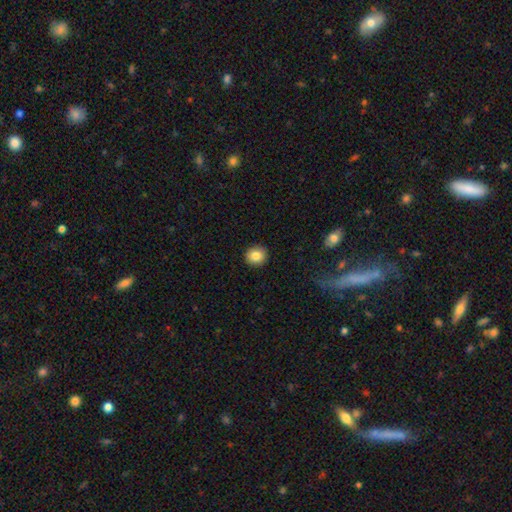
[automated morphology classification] This is clearly a smooth galaxy (85%). How rounded: clearly round (89%). Merging: clearly none (92%).